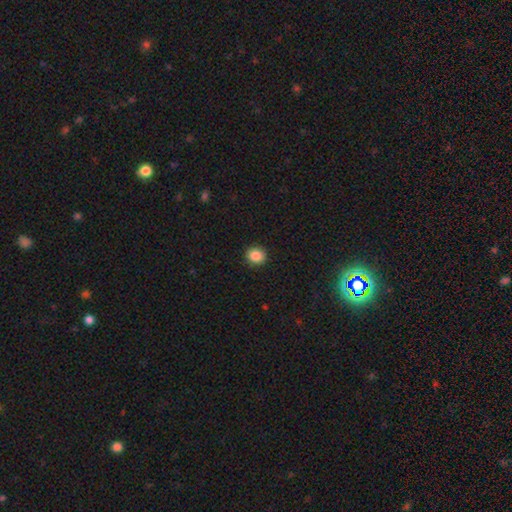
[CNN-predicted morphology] A smooth galaxy with no disk features (87%) that is round (84%).

Vote fractions:
- Smooth or featured? smooth: 87% / star or artifact: 9% / featured or disk: 3%
- How rounded? round: 84% / in between: 16% / cigar-shaped: 1%
- Merging? none: 92% / minor disturbance: 5% / major disturbance: 2% / merger: 1%